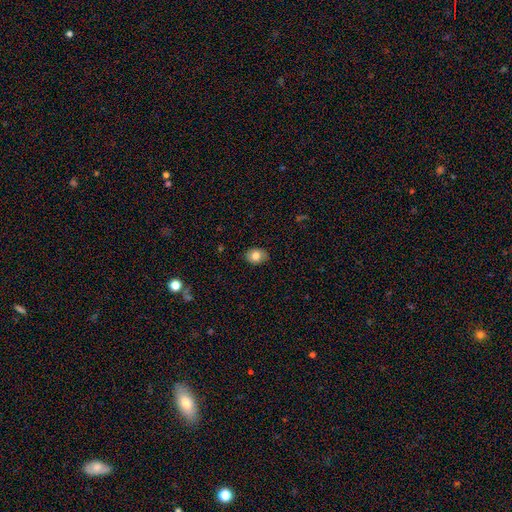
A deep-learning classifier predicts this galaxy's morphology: This is clearly a smooth galaxy (80%). How rounded: likely in between (67%). Merging: clearly none (86%).